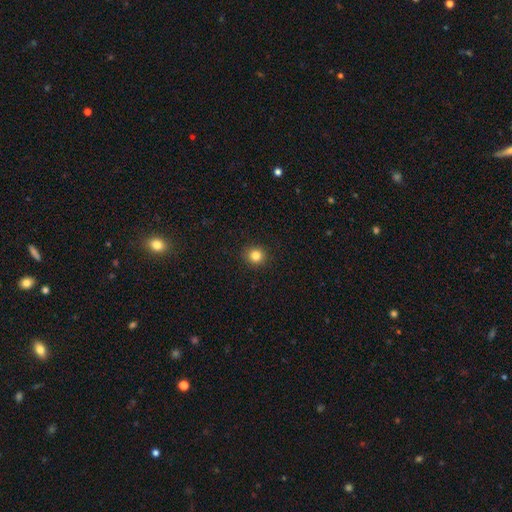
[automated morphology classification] This appears to be a smooth galaxy with no disk features (83%) that is round (90%). Merging: none (92%).